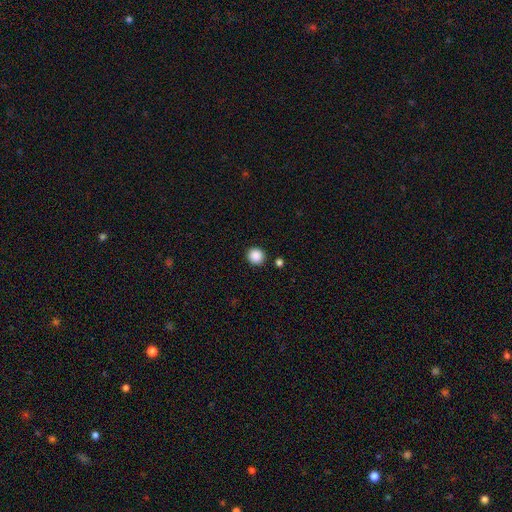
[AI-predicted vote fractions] Q: Smooth or featured?
A: smooth (88%); runner-up: star or artifact (10%)
Q: How rounded?
A: round (93%); runner-up: in between (6%)
Q: Merging?
A: none (91%); runner-up: minor disturbance (5%)